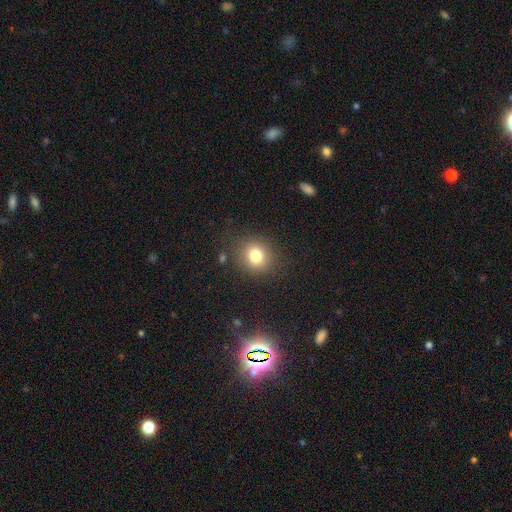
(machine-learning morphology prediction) Smooth or featured: smooth — 79% (star or artifact — 13%)
How rounded: round — 77% (in between — 23%)
Merging: none — 85% (minor disturbance — 9%)